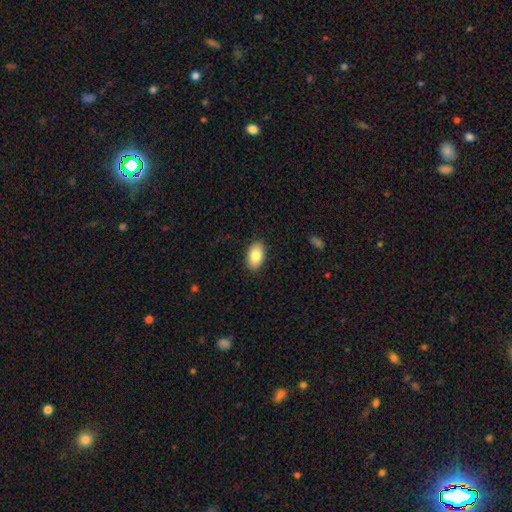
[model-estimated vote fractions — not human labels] Smooth or featured: smooth — 82% (featured or disk — 11%)
How rounded: in between — 91% (round — 7%)
Merging: none — 89% (minor disturbance — 9%)